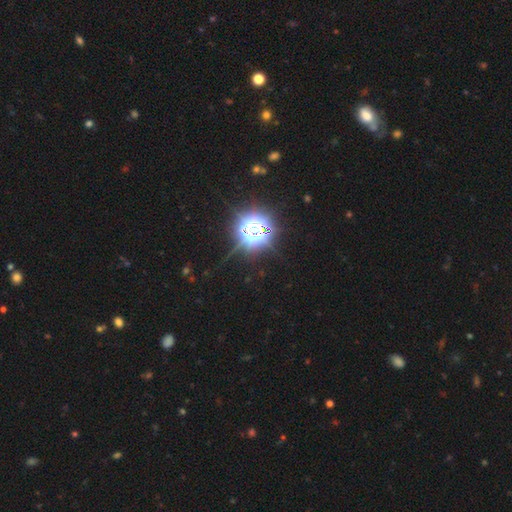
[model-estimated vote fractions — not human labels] Smooth or featured?
  - star or artifact: 83% *
  - smooth: 11%
  - featured or disk: 6%